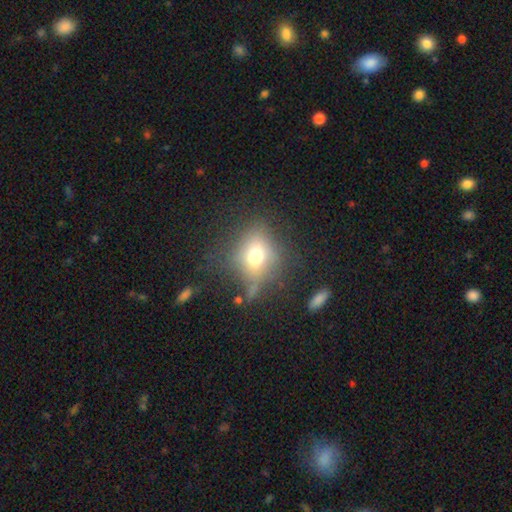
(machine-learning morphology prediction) A smooth galaxy with no disk features (65%) that is round (62%). Merging: none (64%).